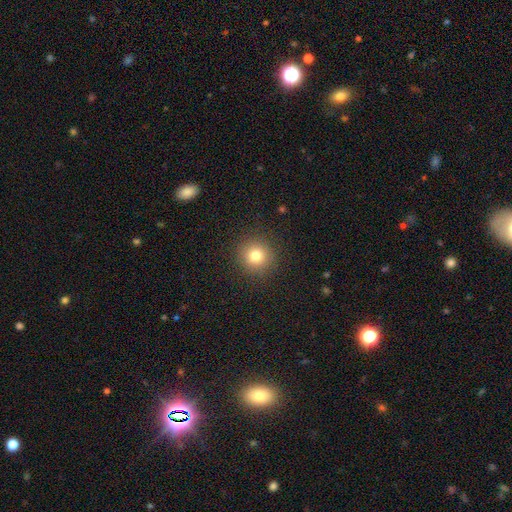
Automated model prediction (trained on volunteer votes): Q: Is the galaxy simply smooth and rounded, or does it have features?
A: smooth — 78%.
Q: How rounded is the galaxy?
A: round — 93%.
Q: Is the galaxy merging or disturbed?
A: none — 90%.